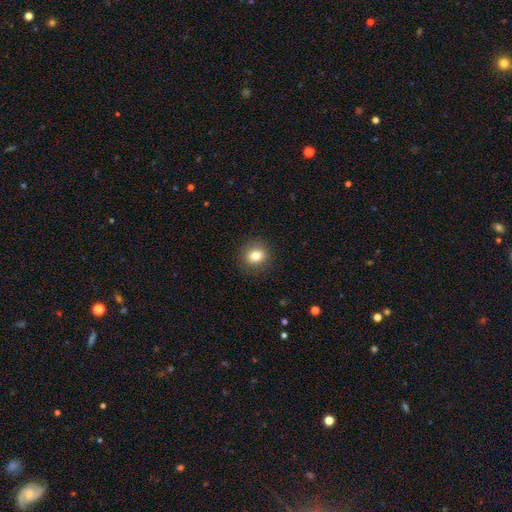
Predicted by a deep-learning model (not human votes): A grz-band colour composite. It shows a smooth galaxy with no disk features (81%) that is round (72%). Merging: none (88%).